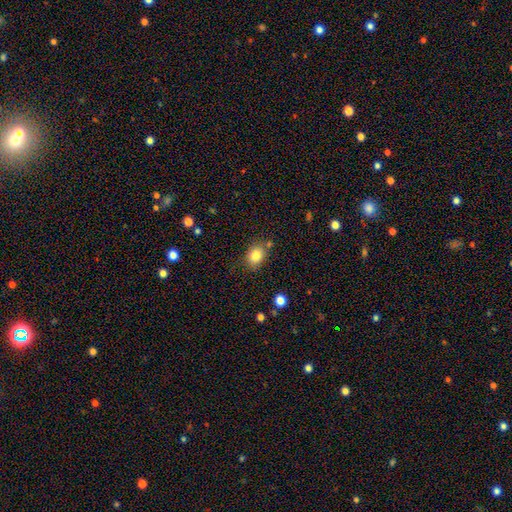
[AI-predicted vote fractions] The model was most divided on "how rounded": in between: 53%, round: 46%, cigar-shaped: 1%. More confident: smooth or featured — smooth (82%); merging — none (74%).